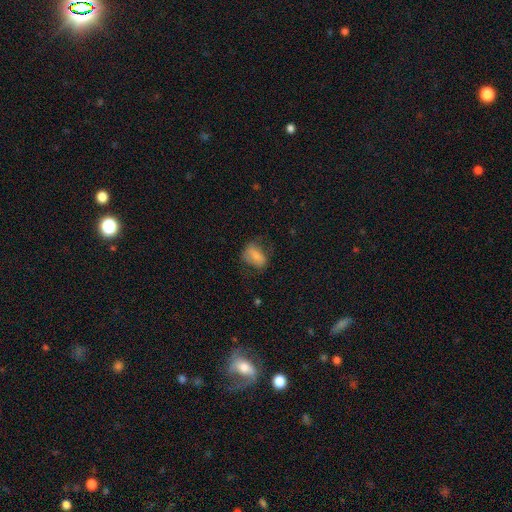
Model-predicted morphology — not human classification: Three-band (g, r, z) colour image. It shows a smooth galaxy with no disk features (69%) that is in between round and cigar-shaped (80%). Merging: none (55%).